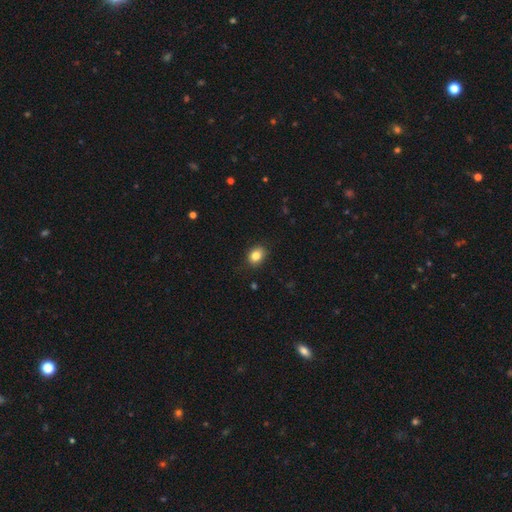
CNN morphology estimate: smooth-or-featured: smooth: 84% | star or artifact: 10% | featured or disk: 6%
  how-rounded: in between: 61% | round: 38% | cigar-shaped: 1%
  merging: none: 85% | minor disturbance: 12% | major disturbance: 2% | merger: 1%